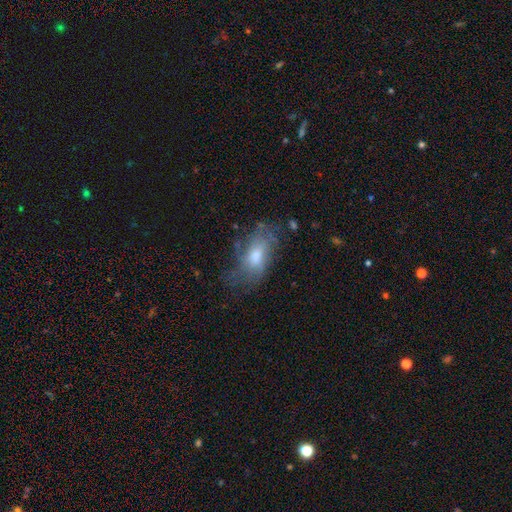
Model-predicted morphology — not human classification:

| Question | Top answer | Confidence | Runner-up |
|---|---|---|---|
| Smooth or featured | featured or disk | 50% | smooth (40%) |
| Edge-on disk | no | 91% | yes (9%) |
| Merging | none | 54% | minor disturbance (25%) |